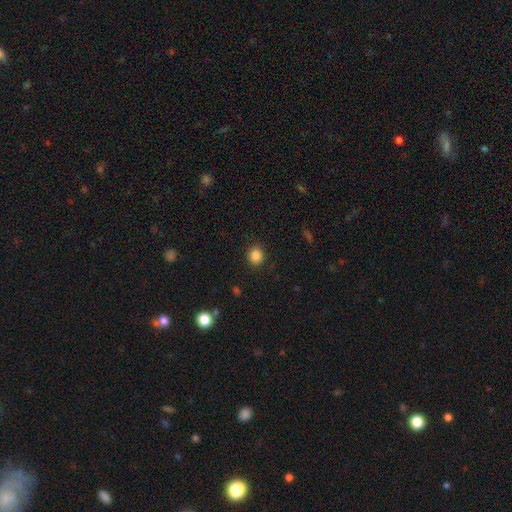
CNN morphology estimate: This appears to be a smooth galaxy with no disk features (85%) that is round (83%). Merging: none (91%).